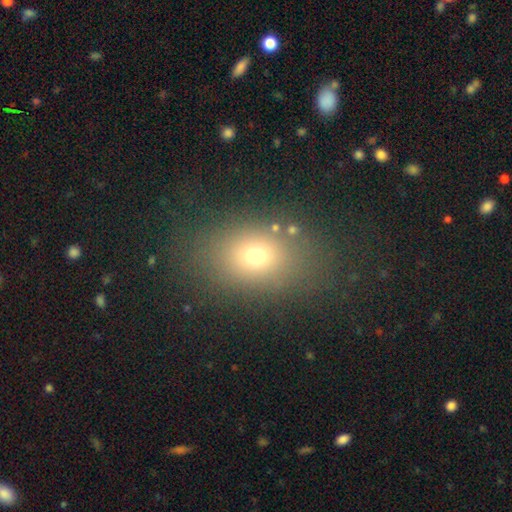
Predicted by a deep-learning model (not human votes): The model was most divided on "how rounded": in between: 68%, round: 31%, cigar-shaped: 2%. More confident: merging — none (81%); smooth or featured — smooth (68%).